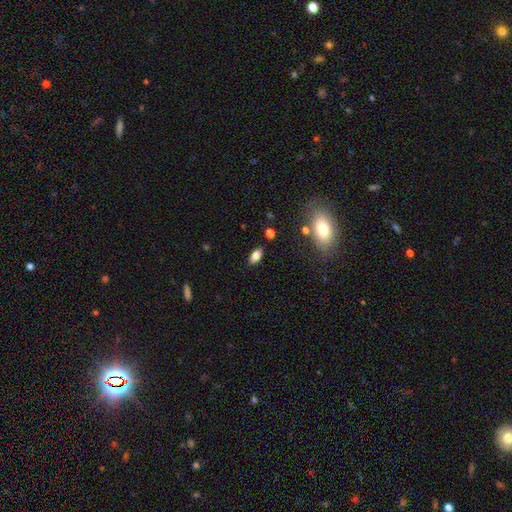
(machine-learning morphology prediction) A smooth galaxy with no disk features (78%) that is in between round and cigar-shaped (87%).

Vote fractions:
- Smooth or featured? smooth: 78% / featured or disk: 12% / star or artifact: 10%
- How rounded? in between: 87% / cigar-shaped: 9% / round: 4%
- Merging? none: 84% / minor disturbance: 11% / major disturbance: 3% / merger: 2%